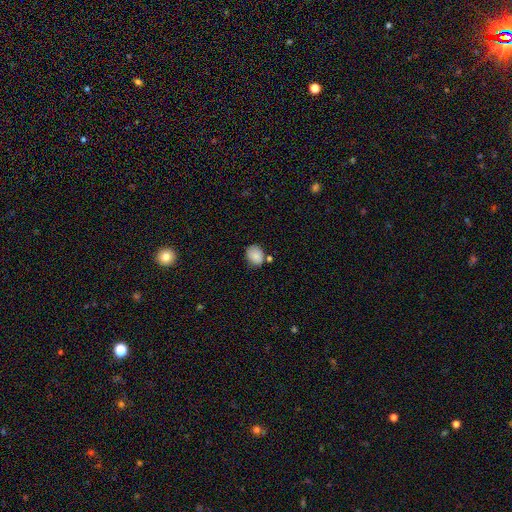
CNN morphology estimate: Q: Smooth or featured?
A: smooth (86%); runner-up: star or artifact (8%)
Q: How rounded?
A: in between (51%); runner-up: round (48%)
Q: Merging?
A: none (66%); runner-up: minor disturbance (21%)